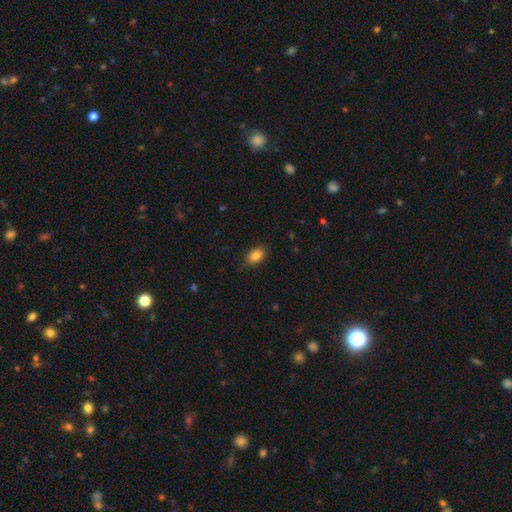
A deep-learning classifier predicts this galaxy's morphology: A smooth galaxy with no disk features (85%) that is in between round and cigar-shaped (79%).

Vote fractions:
- Smooth or featured? smooth: 85% / star or artifact: 9% / featured or disk: 6%
- How rounded? in between: 79% / round: 20% / cigar-shaped: 1%
- Merging? none: 81% / minor disturbance: 15% / major disturbance: 3% / merger: 1%